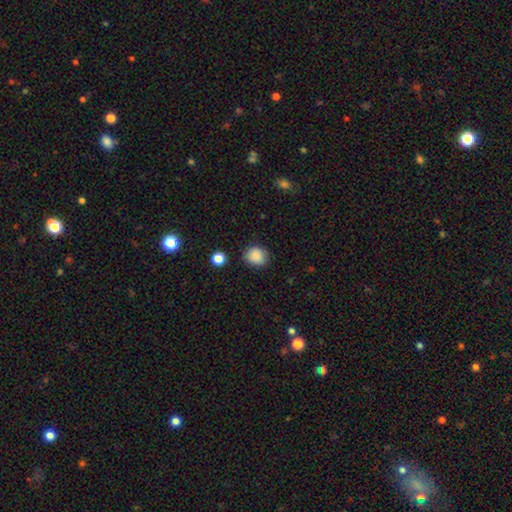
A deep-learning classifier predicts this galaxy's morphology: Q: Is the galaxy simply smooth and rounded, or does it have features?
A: smooth — 85%.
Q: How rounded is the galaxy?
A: round — 72%.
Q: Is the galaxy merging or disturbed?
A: none — 81%.